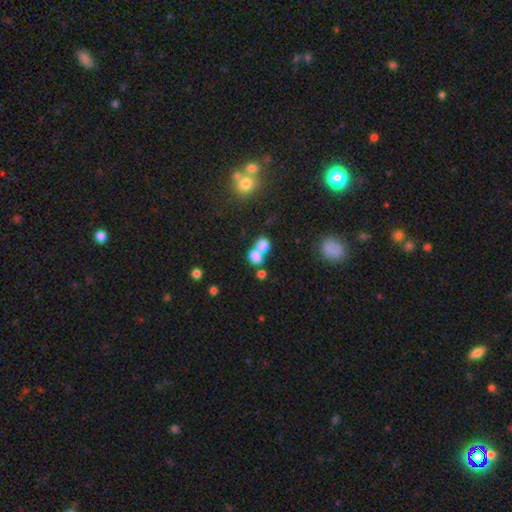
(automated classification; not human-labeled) Q: Smooth or featured?
A: smooth (73%); runner-up: star or artifact (13%)
Q: How rounded?
A: in between (56%); runner-up: round (42%)
Q: Merging?
A: merger (64%); runner-up: none (24%)